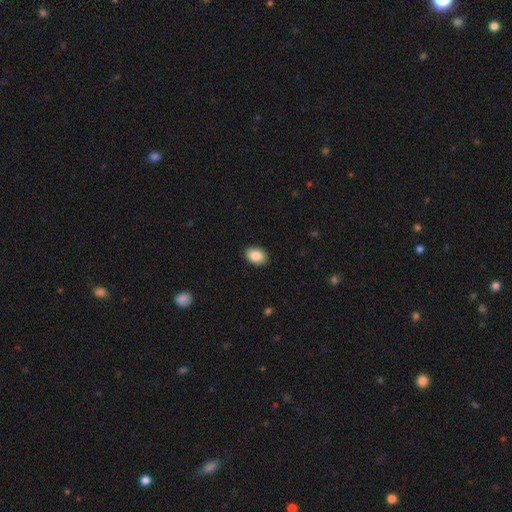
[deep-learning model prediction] smooth 87%, star or artifact 8%, featured or disk 6%. Down the decision tree: how rounded — in between (76%); merging — none (90%).